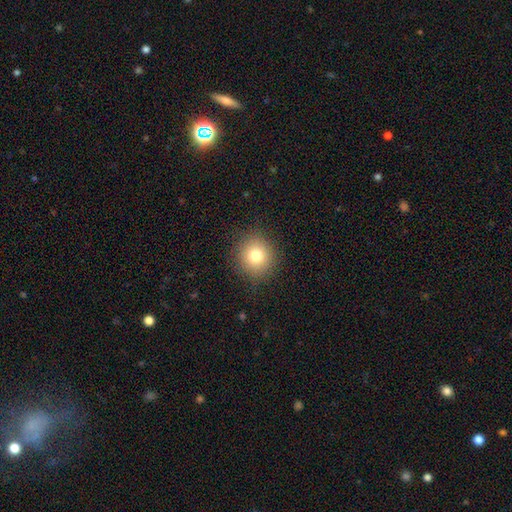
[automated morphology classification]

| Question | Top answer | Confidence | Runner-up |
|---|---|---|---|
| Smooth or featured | smooth | 79% | star or artifact (12%) |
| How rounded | round | 89% | in between (10%) |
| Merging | none | 88% | minor disturbance (8%) |